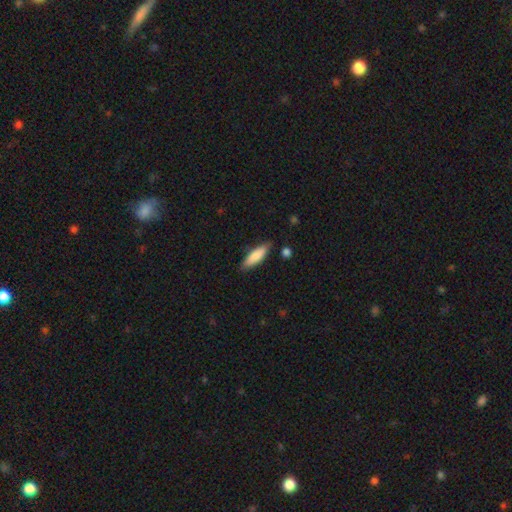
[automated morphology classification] Smooth or featured?
  - smooth: 82% *
  - featured or disk: 13%
  - star or artifact: 6%
How rounded?
  - cigar-shaped: 55% *
  - in between: 43%
  - round: 2%
Merging?
  - none: 82% *
  - minor disturbance: 13%
  - major disturbance: 2%
  - merger: 2%